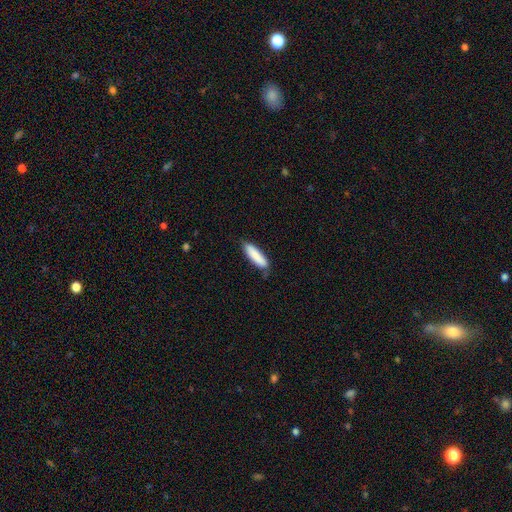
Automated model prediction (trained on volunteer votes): smooth 88%, featured or disk 7%, star or artifact 6%. Down the decision tree: how rounded — cigar-shaped (65%); merging — none (81%).